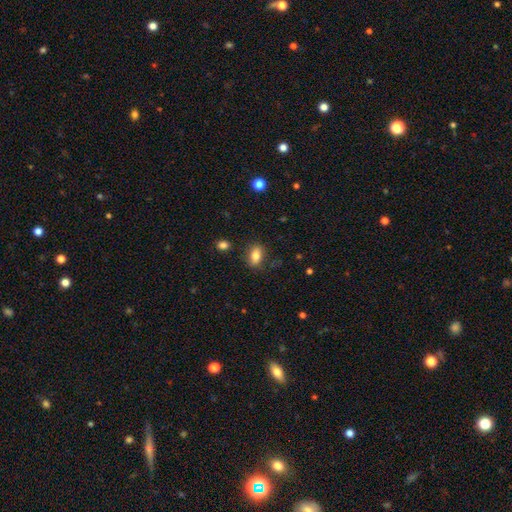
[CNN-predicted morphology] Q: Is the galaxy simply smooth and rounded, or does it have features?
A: smooth — 79%.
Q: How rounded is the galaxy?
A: in between — 82%.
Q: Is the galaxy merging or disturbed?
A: none — 82%.